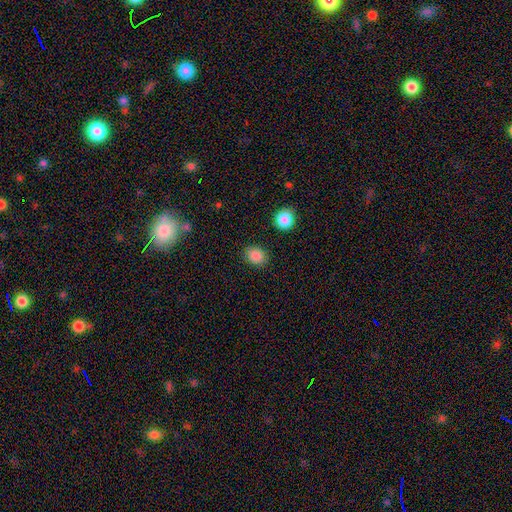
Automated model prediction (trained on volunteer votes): Morphology: type=smooth (87%); roundness=round (53%); merging=none (86%).